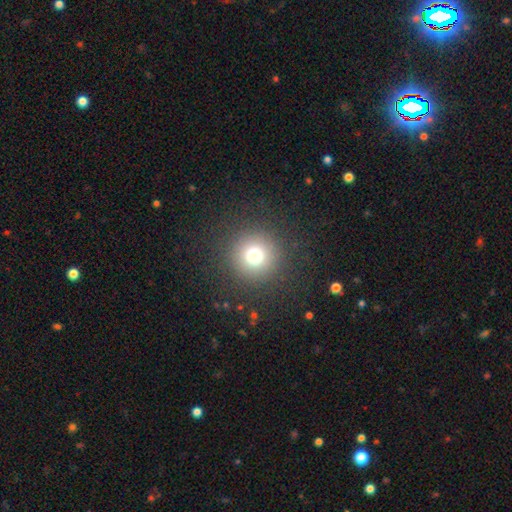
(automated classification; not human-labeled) A smooth galaxy with no disk features (72%) that is round (96%). Merging: none (92%).